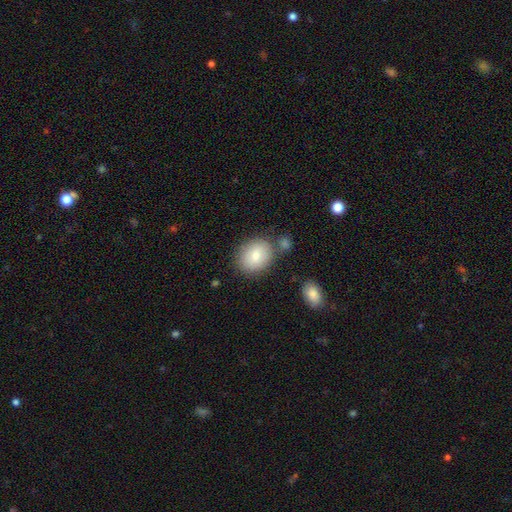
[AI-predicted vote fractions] Smooth or featured? smooth (84%)
How rounded? in between (54%)
Merging? none (72%)